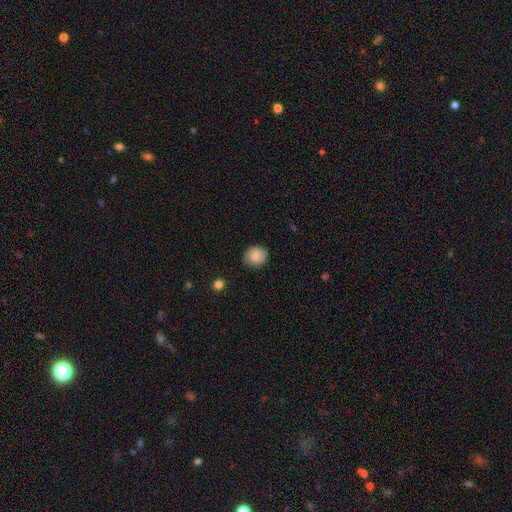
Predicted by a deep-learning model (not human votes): This is clearly a smooth galaxy (83%). How rounded: likely round (74%). Merging: clearly none (80%).